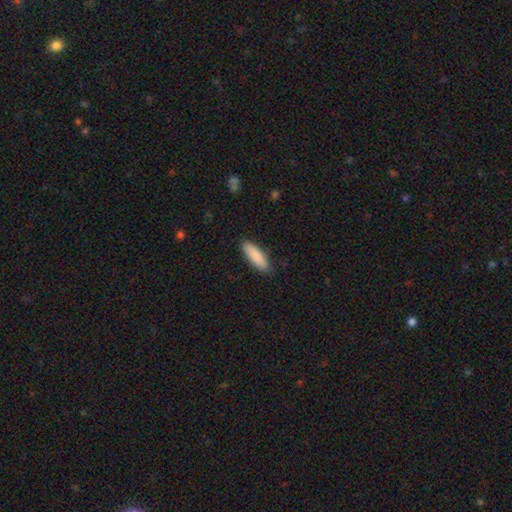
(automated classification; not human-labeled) Q: Smooth or featured?
A: smooth (88%); runner-up: featured or disk (7%)
Q: How rounded?
A: cigar-shaped (50%); runner-up: in between (49%)
Q: Merging?
A: none (87%); runner-up: minor disturbance (10%)